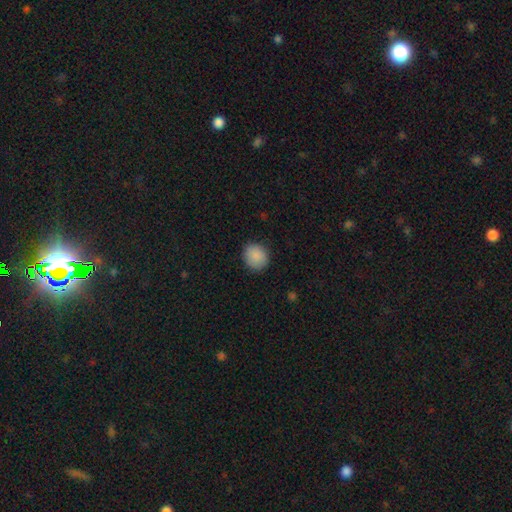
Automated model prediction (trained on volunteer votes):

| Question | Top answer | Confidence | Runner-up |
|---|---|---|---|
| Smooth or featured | smooth | 88% | star or artifact (8%) |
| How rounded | round | 77% | in between (22%) |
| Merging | none | 87% | minor disturbance (9%) |